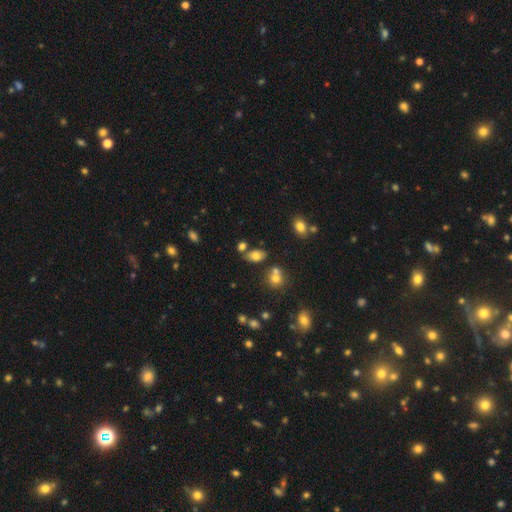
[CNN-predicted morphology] Q: Smooth or featured?
A: smooth (75%); runner-up: star or artifact (13%)
Q: How rounded?
A: in between (87%); runner-up: round (10%)
Q: Merging?
A: none (58%); runner-up: merger (21%)